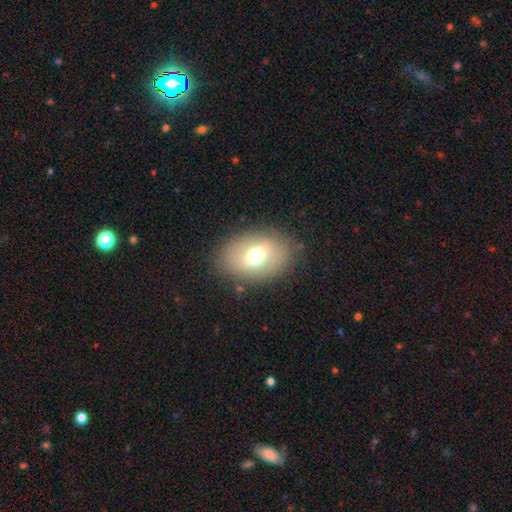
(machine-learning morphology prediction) smooth-or-featured: smooth: 61% | featured or disk: 28% | star or artifact: 11%
  how-rounded: in between: 74% | round: 25% | cigar-shaped: 1%
  merging: none: 81% | minor disturbance: 12% | major disturbance: 6% | merger: 1%